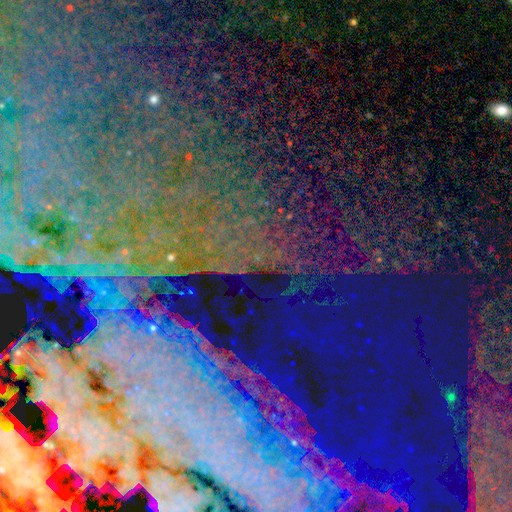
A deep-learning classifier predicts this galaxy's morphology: Q: Smooth or featured?
A: star or artifact (78%); runner-up: featured or disk (13%)